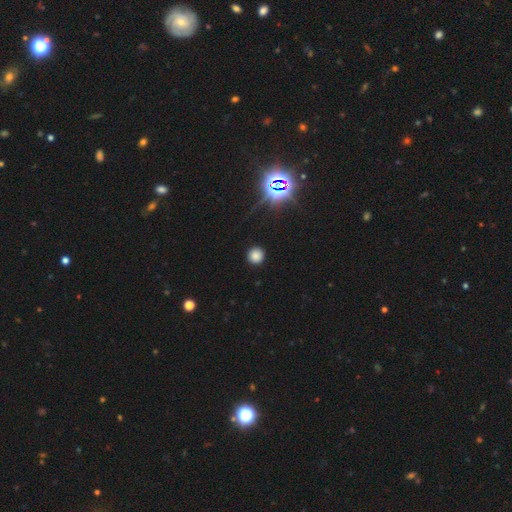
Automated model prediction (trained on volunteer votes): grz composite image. It shows a smooth galaxy with no disk features (78%) that is round (93%). Merging: none (91%).